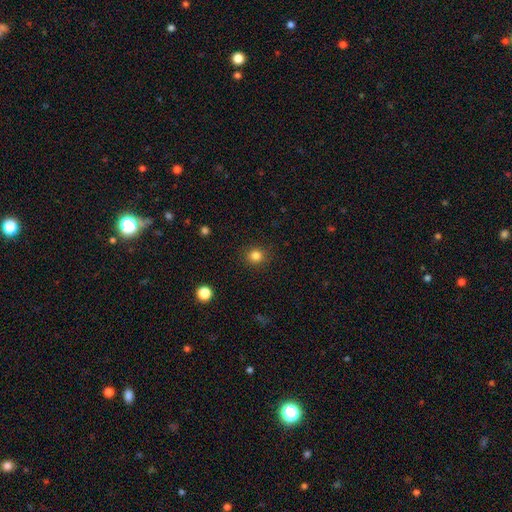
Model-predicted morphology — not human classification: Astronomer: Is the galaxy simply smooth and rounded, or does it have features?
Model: smooth — 83%.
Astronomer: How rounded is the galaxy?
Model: round — 89%.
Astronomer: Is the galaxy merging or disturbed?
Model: none — 90%.